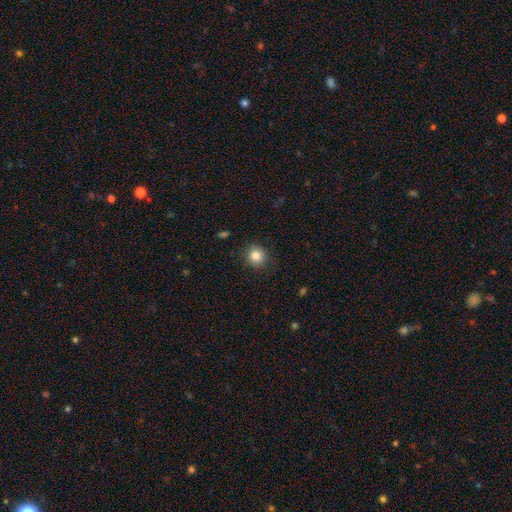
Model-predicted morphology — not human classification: smooth 84%, star or artifact 10%, featured or disk 5%. Down the decision tree: how rounded — round (87%); merging — none (87%).